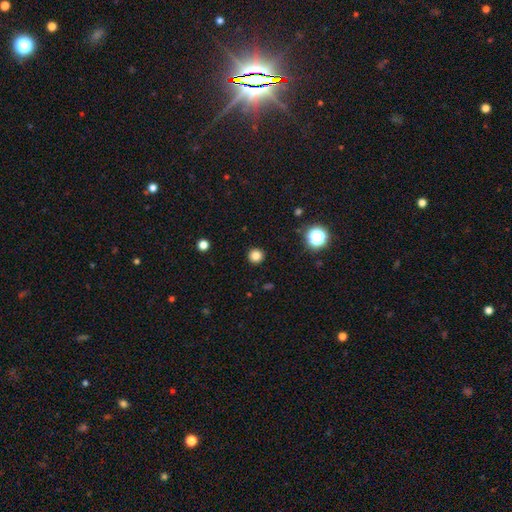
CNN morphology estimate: Q: Smooth or featured?
A: smooth (82%); runner-up: star or artifact (14%)
Q: How rounded?
A: round (95%); runner-up: in between (4%)
Q: Merging?
A: none (93%); runner-up: minor disturbance (4%)